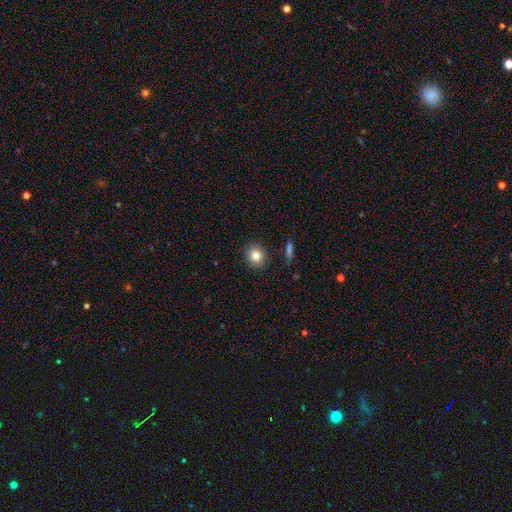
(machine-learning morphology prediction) type=smooth (81%); roundness=round (68%); merging=none (88%).